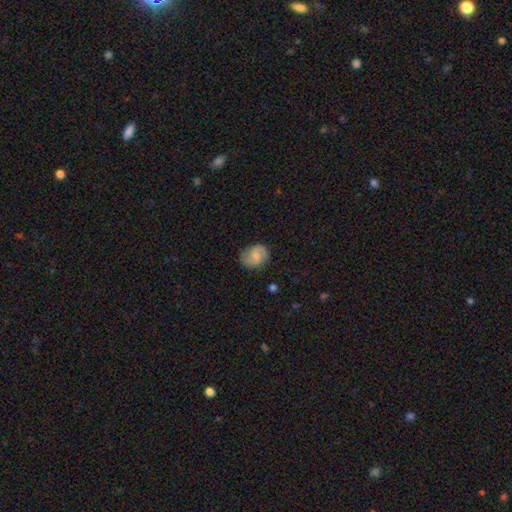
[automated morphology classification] type=featured or disk (51%); edge-on=no (97%); bar=weak (56%); spiral arms=yes (88%); bulge=small (39%); merging=none (80%).